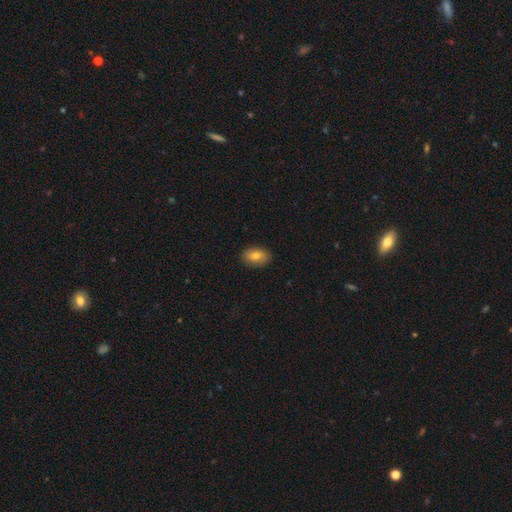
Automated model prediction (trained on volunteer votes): The model was most divided on "smooth or featured": smooth: 75%, featured or disk: 17%, star or artifact: 8%. More confident: merging — none (88%); how rounded — in between (86%).